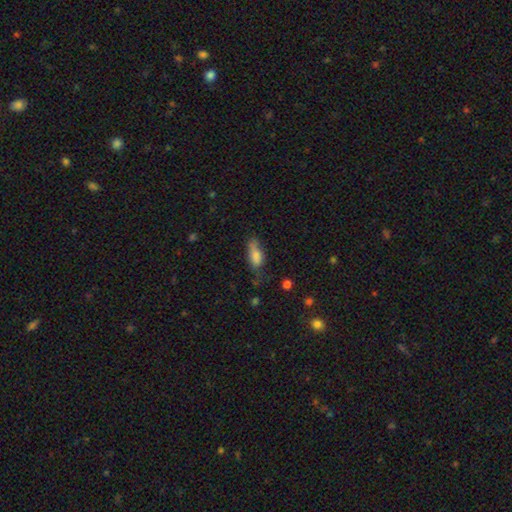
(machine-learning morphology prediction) A smooth galaxy with no disk features (74%) that is in between round and cigar-shaped (73%).

Vote fractions:
- Smooth or featured? smooth: 74% / featured or disk: 17% / star or artifact: 9%
- How rounded? in between: 73% / cigar-shaped: 24% / round: 3%
- Merging? none: 47% / minor disturbance: 34% / major disturbance: 15% / merger: 4%